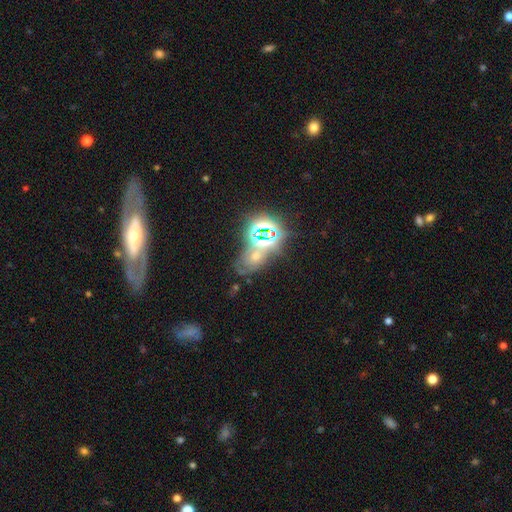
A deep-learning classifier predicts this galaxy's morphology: Q: Smooth or featured?
A: star or artifact (61%); runner-up: smooth (20%)